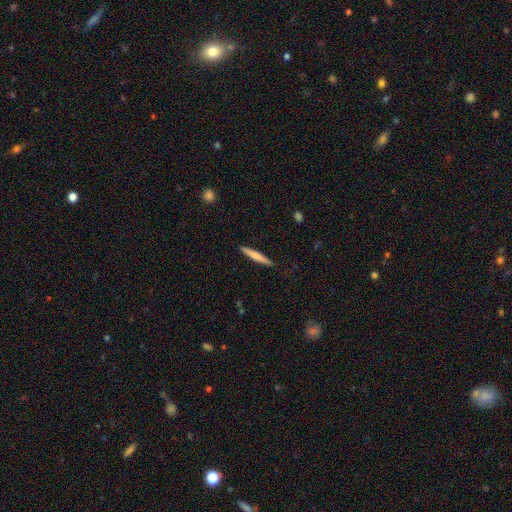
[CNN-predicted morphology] Overall: smooth (57%; featured or disk 37%). How rounded: cigar-shaped (94%). Merging: none (90%).